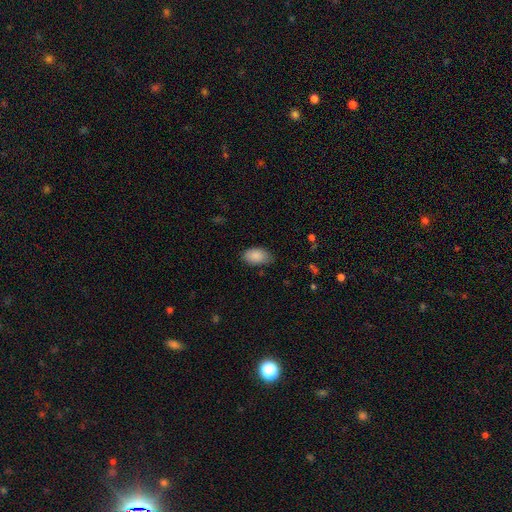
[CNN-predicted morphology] This appears to be a smooth galaxy with no disk features (88%) that is in between round and cigar-shaped (94%). Merging: none (74%).